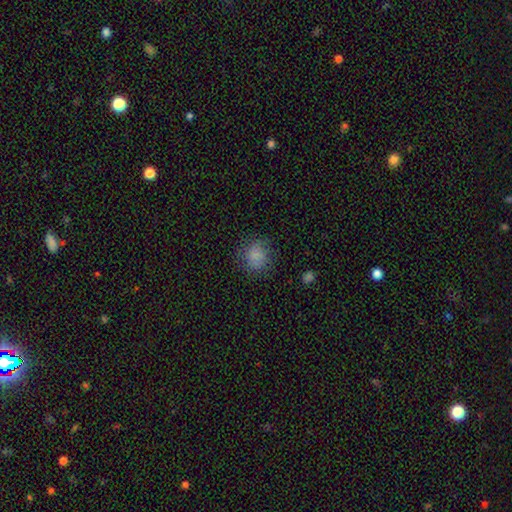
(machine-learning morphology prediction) type=smooth (80%); roundness=round (80%); merging=none (74%).